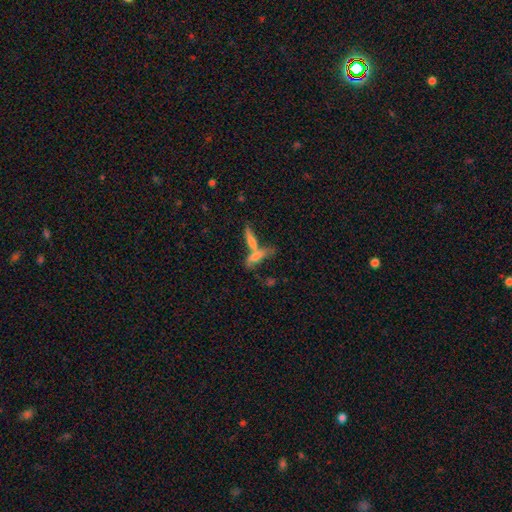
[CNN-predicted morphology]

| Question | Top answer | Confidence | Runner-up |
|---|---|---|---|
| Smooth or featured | smooth | 56% | featured or disk (33%) |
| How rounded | cigar-shaped | 60% | in between (37%) |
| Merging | merger | 55% | none (29%) |